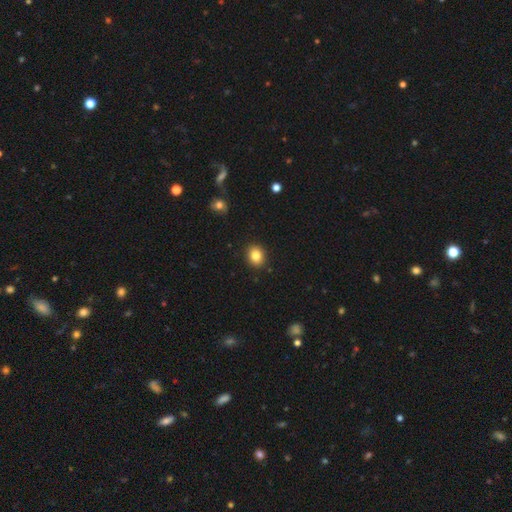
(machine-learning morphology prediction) Overall: smooth (84%). How rounded: round (60%; in between 39%). Merging: none (90%).